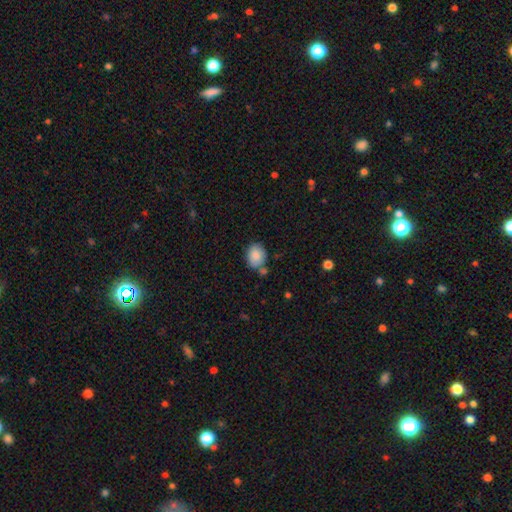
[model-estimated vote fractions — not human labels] Smooth or featured? smooth (86%)
How rounded? in between (55%)
Merging? none (68%)